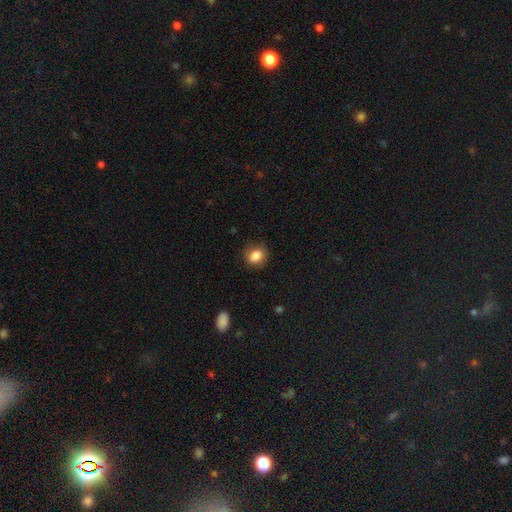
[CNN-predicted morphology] Smooth or featured?
  - smooth: 85% *
  - star or artifact: 9%
  - featured or disk: 7%
How rounded?
  - round: 55% *
  - in between: 44%
  - cigar-shaped: 1%
Merging?
  - none: 81% *
  - minor disturbance: 14%
  - major disturbance: 4%
  - merger: 1%